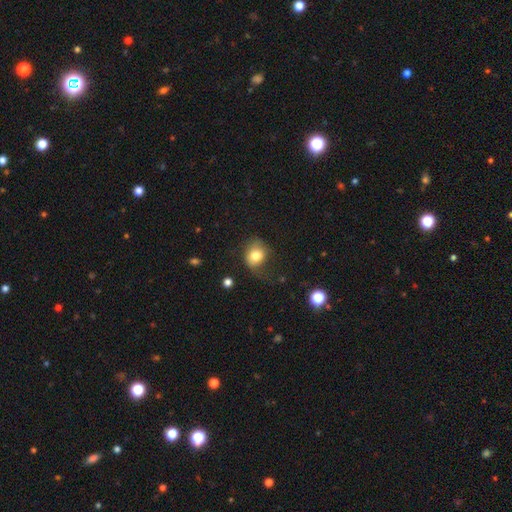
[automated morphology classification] Smooth or featured?
  - smooth: 76% *
  - featured or disk: 15%
  - star or artifact: 9%
How rounded?
  - round: 58% *
  - in between: 41%
  - cigar-shaped: 1%
Merging?
  - none: 46% *
  - minor disturbance: 29%
  - major disturbance: 22%
  - merger: 2%